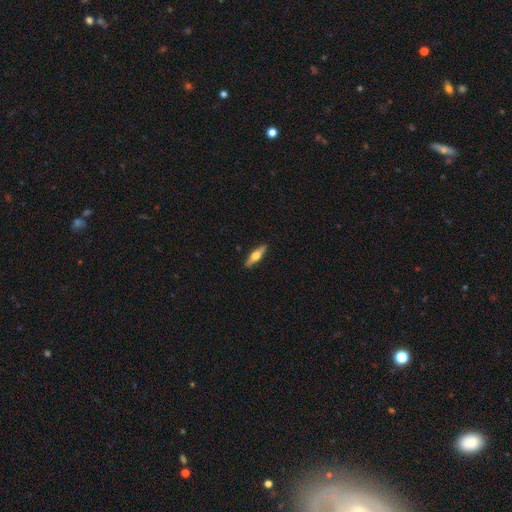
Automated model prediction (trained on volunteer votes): smooth_or_featured: featured or disk (p=0.51) [alt: smooth p=0.43]
disk_edge_on: yes (p=0.93) [alt: no p=0.07]
merging: none (p=0.90) [alt: minor disturbance p=0.07]